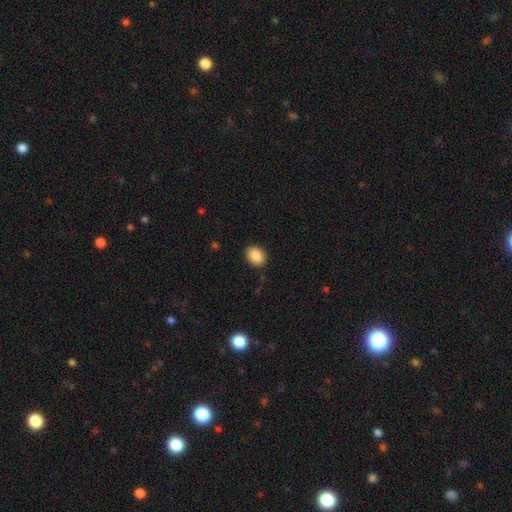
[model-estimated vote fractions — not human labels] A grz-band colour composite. It shows a smooth galaxy with no disk features (88%) that is in between round and cigar-shaped (56%). Merging: none (89%).